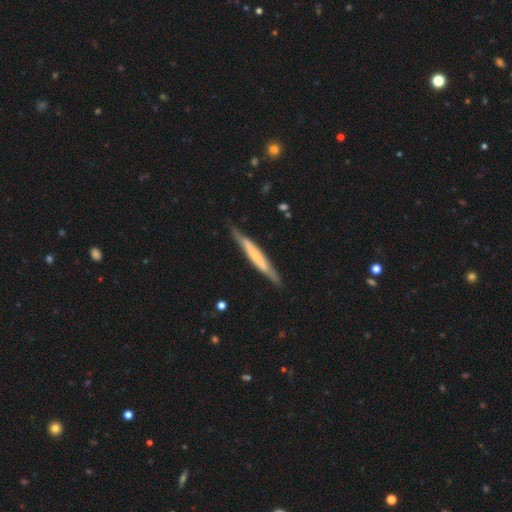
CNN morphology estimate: A featured or disk galaxy (53%) viewed edge-on (91%). Merging: none (84%).